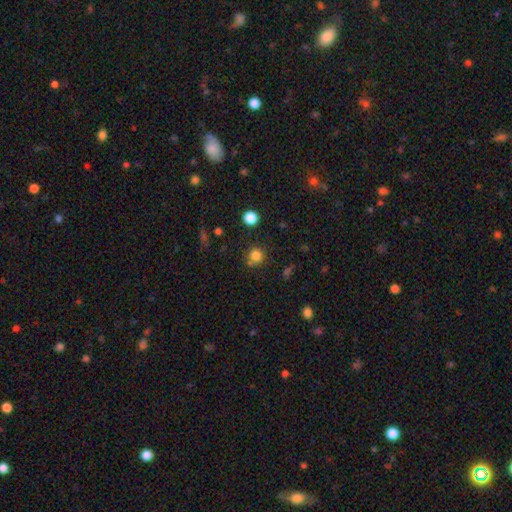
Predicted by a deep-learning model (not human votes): A smooth galaxy with no disk features (81%) that is round (90%). Merging: none (74%).